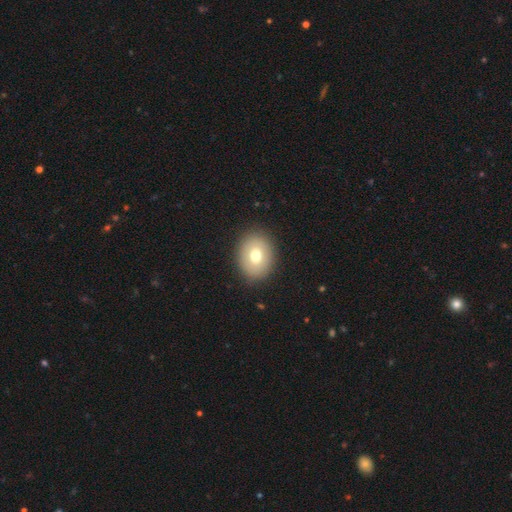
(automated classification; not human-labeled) Q: Smooth or featured?
A: smooth (72%); runner-up: featured or disk (19%)
Q: How rounded?
A: in between (53%); runner-up: round (46%)
Q: Merging?
A: none (88%); runner-up: minor disturbance (9%)